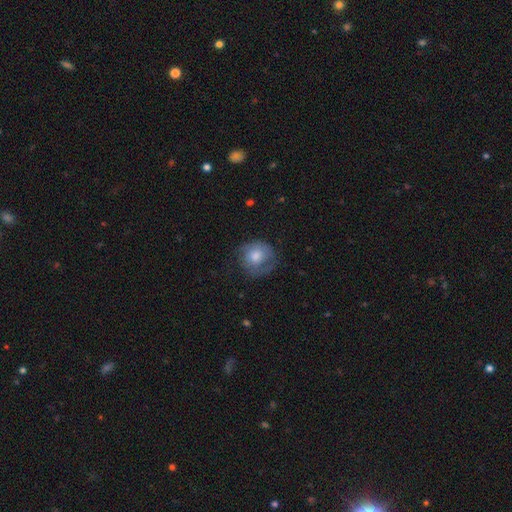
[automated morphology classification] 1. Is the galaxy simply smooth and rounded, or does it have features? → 54% smooth, 37% featured or disk, 8% star or artifact.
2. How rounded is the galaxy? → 84% round, 15% in between, 1% cigar-shaped.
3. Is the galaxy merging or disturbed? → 63% none, 22% minor disturbance, 13% major disturbance, 1% merger.